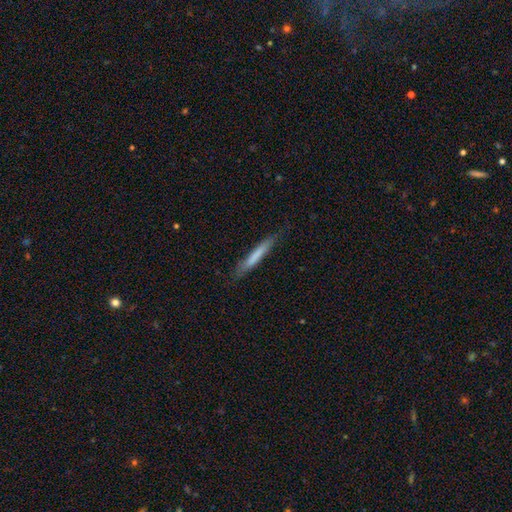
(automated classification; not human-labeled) smooth 71%, featured or disk 24%, star or artifact 6%. Down the decision tree: how rounded — cigar-shaped (95%); merging — none (83%).